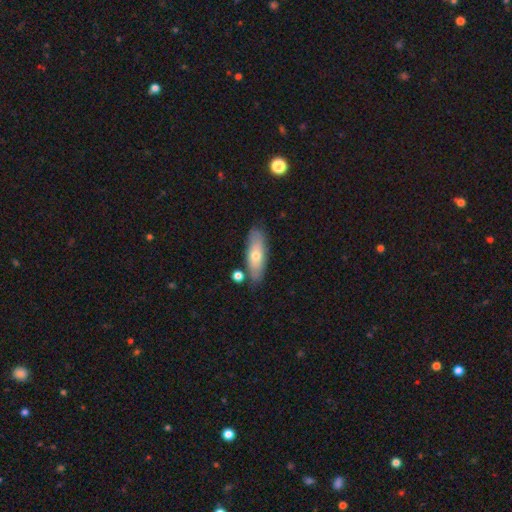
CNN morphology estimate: smooth 60%, featured or disk 33%, star or artifact 6%. Down the decision tree: how rounded — in between (60%); merging — none (77%).